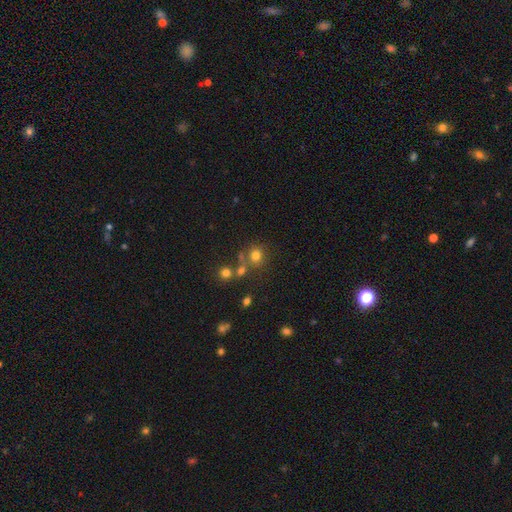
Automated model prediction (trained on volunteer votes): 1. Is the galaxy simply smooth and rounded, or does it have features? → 73% smooth, 18% star or artifact, 9% featured or disk.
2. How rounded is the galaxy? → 87% round, 13% in between, 1% cigar-shaped.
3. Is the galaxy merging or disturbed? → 67% none, 19% merger, 10% minor disturbance, 4% major disturbance.